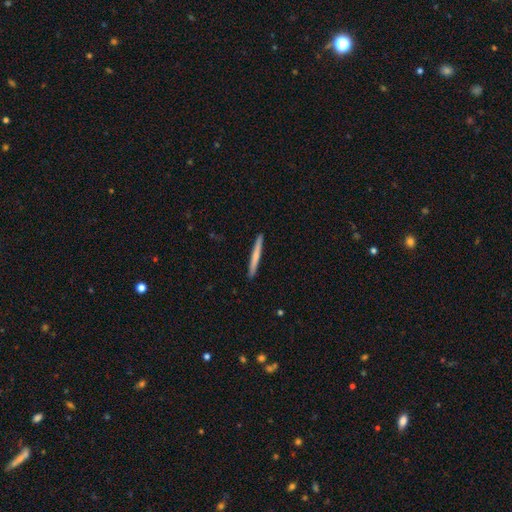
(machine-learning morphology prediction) Q: Smooth or featured?
A: smooth (62%); runner-up: featured or disk (33%)
Q: How rounded?
A: cigar-shaped (97%); runner-up: in between (2%)
Q: Merging?
A: none (93%); runner-up: minor disturbance (5%)